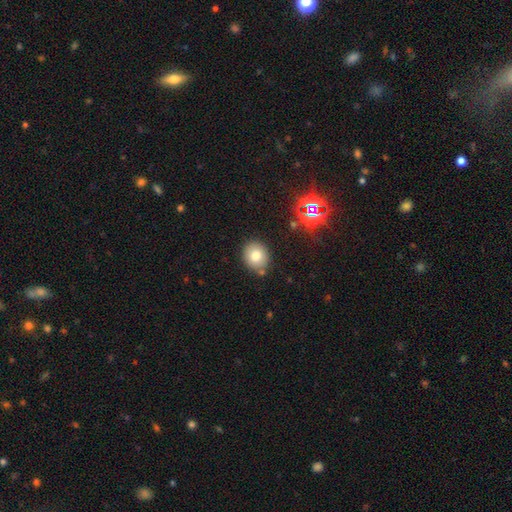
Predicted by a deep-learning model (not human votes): smooth_or_featured: smooth (p=0.76) [alt: star or artifact p=0.13]
how_rounded: round (p=0.71) [alt: in between p=0.29]
merging: none (p=0.80) [alt: minor disturbance p=0.12]